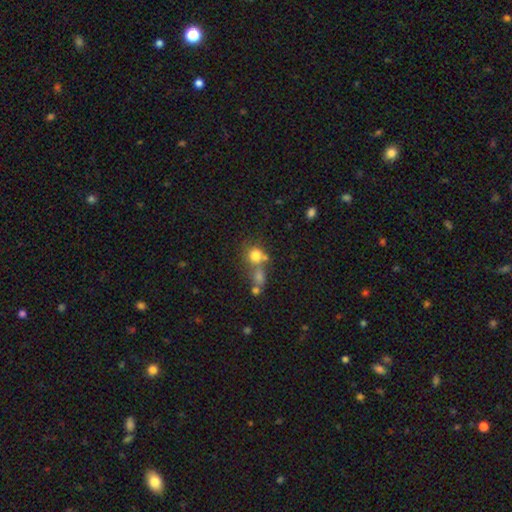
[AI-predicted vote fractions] Q: Smooth or featured?
A: smooth (74%); runner-up: star or artifact (14%)
Q: How rounded?
A: round (84%); runner-up: in between (15%)
Q: Merging?
A: none (45%); runner-up: merger (38%)